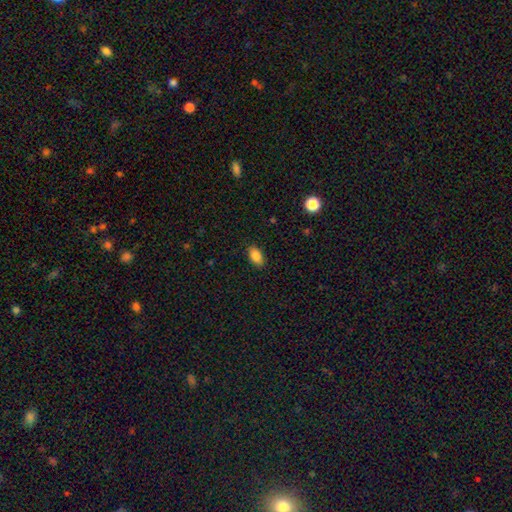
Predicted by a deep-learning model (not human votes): This is clearly a smooth galaxy (86%). How rounded: clearly in between (91%). Merging: clearly none (88%).